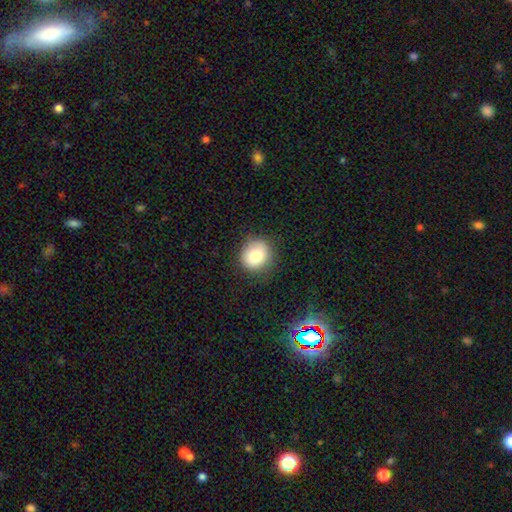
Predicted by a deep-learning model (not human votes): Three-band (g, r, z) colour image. It shows a smooth galaxy with no disk features (81%) that is round (79%). Merging: none (81%).